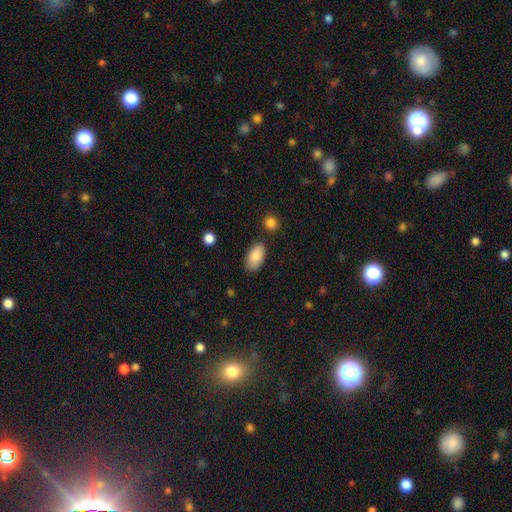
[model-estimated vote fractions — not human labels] Smooth or featured? Predicted: smooth (p=0.86). How rounded? Predicted: in between (p=0.94). Merging? Predicted: none (p=0.82).